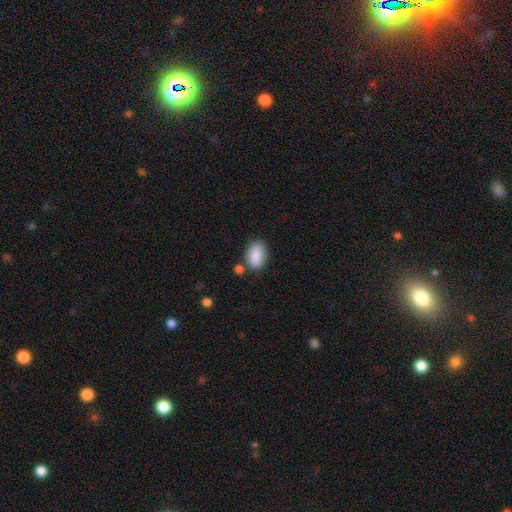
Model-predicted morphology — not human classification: Smooth or featured? Predicted: smooth (p=0.87). How rounded? Predicted: in between (p=0.89). Merging? Predicted: none (p=0.71).